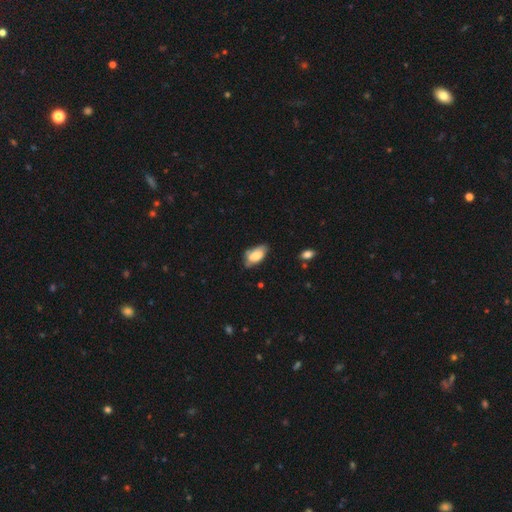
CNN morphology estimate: Smooth or featured? smooth (76%)
How rounded? in between (92%)
Merging? none (49%)